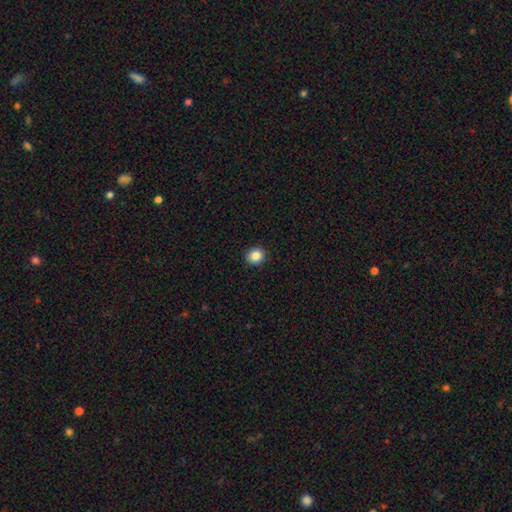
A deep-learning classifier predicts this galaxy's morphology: type=smooth (85%); roundness=round (86%); merging=none (93%).